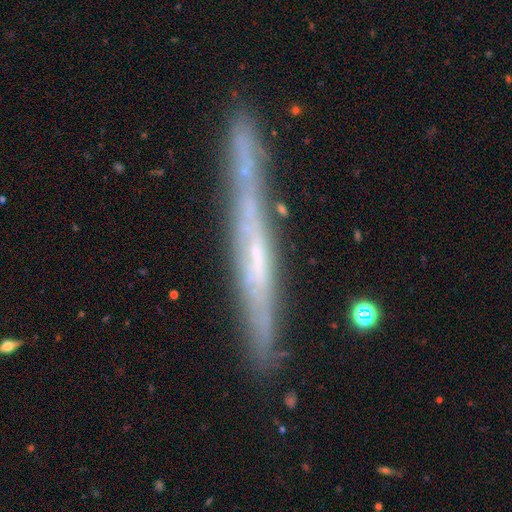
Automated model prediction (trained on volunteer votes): featured or disk 68%, smooth 24%, star or artifact 7%. Down the decision tree: edge-on disk — yes (93%); edge-on bulge — none (78%); merging — none (82%).